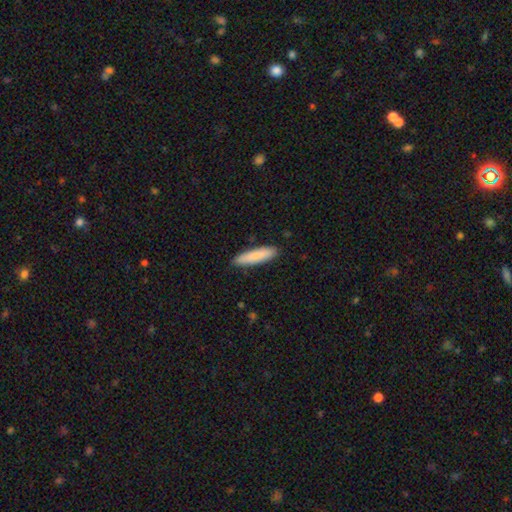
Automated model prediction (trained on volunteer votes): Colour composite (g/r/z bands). It shows a smooth galaxy with no disk features (86%) that is cigar-shaped (80%). Merging: none (89%).